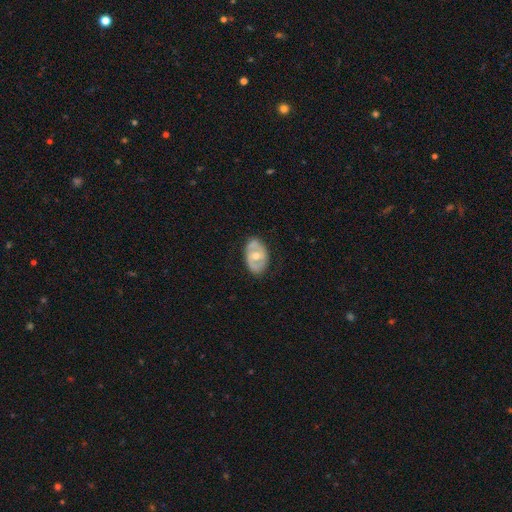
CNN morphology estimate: Smooth or featured?
  - featured or disk: 60% *
  - smooth: 34%
  - star or artifact: 6%
Edge-on disk?
  - no: 94% *
  - yes: 6%
Bar?
  - no: 60% *
  - weak: 29%
  - strong: 11%
Spiral arms?
  - no: 63% *
  - yes: 37%
Bulge size?
  - moderate: 75% *
  - small: 19%
  - large: 5%
  - none: 1%
  - dominant: 1%
Merging?
  - none: 77% *
  - minor disturbance: 17%
  - major disturbance: 4%
  - merger: 1%